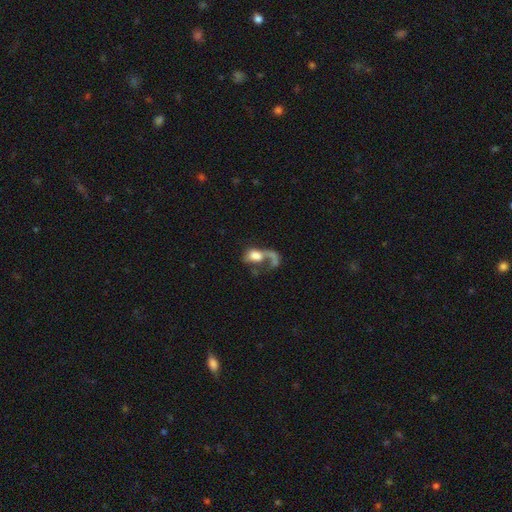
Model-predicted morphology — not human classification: Smooth or featured? Predicted: featured or disk (p=0.46). Merging? Predicted: major disturbance (p=0.52).